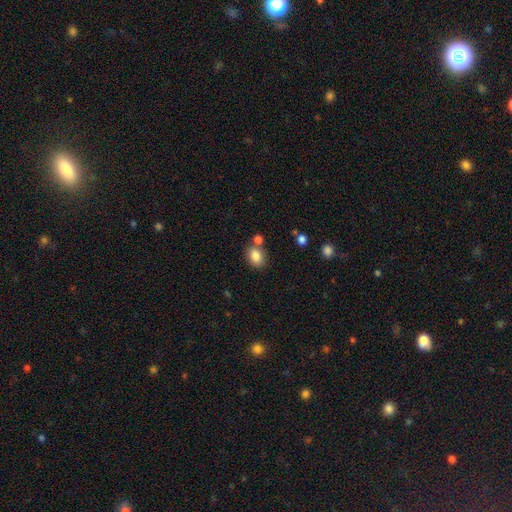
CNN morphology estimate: Smooth or featured? smooth (84%)
How rounded? in between (66%)
Merging? none (65%)